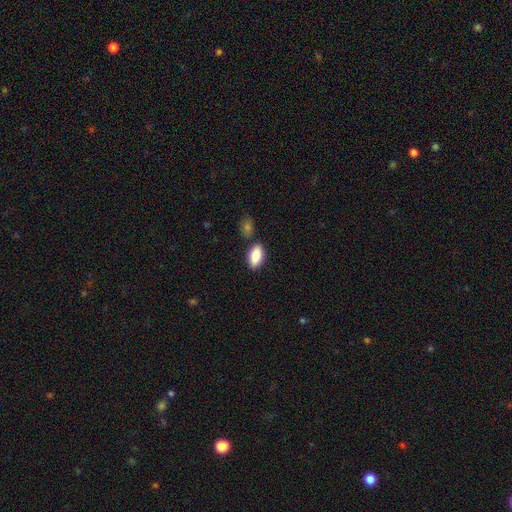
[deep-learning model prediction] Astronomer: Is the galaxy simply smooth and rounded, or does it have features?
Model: smooth — 85%.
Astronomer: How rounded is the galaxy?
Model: in between — 89%.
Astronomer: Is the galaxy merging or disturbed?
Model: none — 78%.